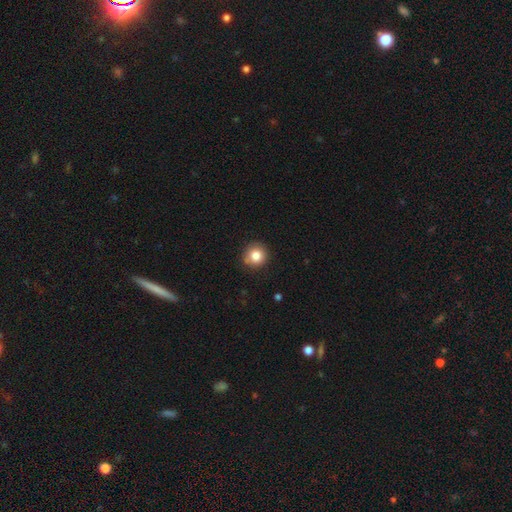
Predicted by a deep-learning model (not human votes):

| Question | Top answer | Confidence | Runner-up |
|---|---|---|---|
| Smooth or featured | smooth | 82% | star or artifact (10%) |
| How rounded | round | 92% | in between (7%) |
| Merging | none | 84% | minor disturbance (12%) |